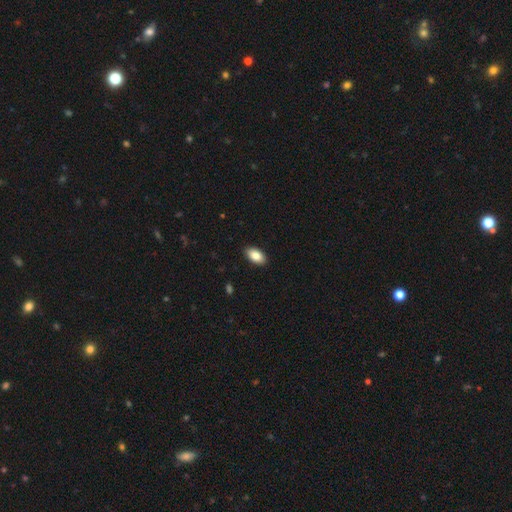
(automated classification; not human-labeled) Morphology: type=smooth (86%); roundness=in between (95%); merging=none (90%).